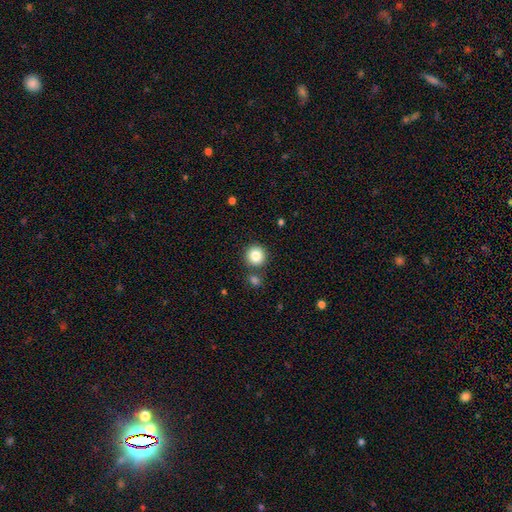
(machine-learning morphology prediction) This appears to be a smooth galaxy with no disk features (84%) that is round (93%). Merging: none (81%).